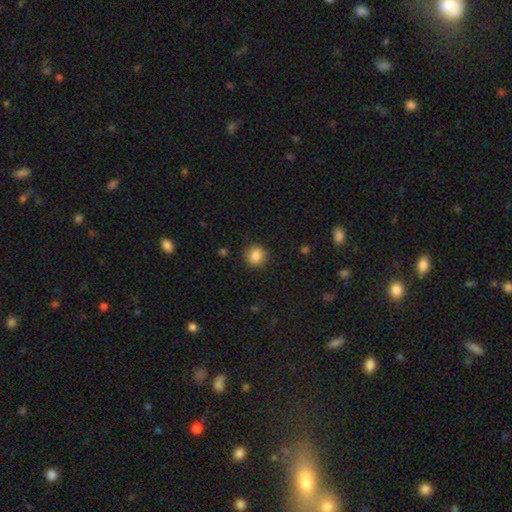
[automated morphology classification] This is clearly a smooth galaxy (86%). How rounded: clearly round (83%). Merging: clearly none (87%).